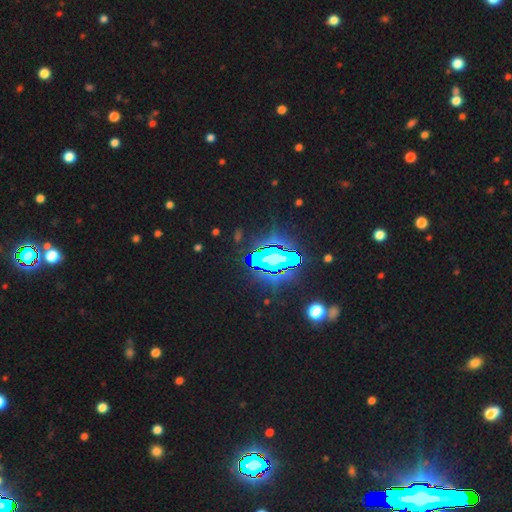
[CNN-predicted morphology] type=star or artifact (82%).